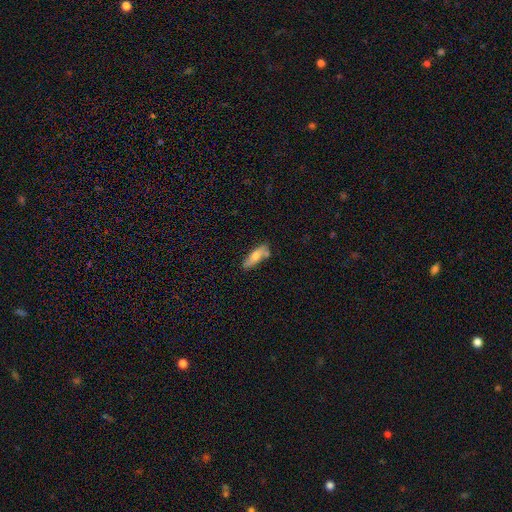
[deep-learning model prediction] This appears to be a smooth galaxy with no disk features (64%) that is cigar-shaped (50%). Merging: none (68%).